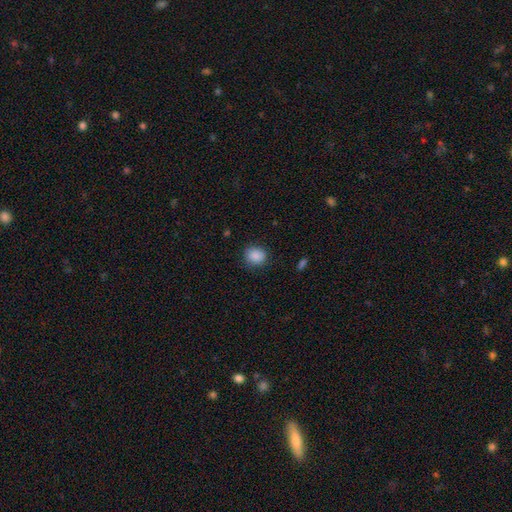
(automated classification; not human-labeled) smooth 88%, star or artifact 9%, featured or disk 3%. Down the decision tree: how rounded — round (70%); merging — none (84%).